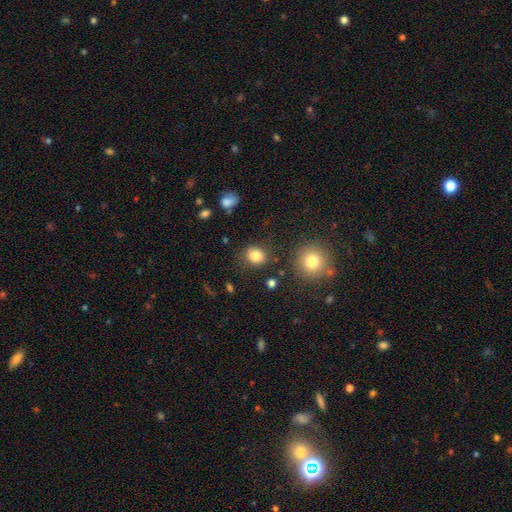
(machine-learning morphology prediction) type=smooth (82%); roundness=round (72%); merging=none (83%).